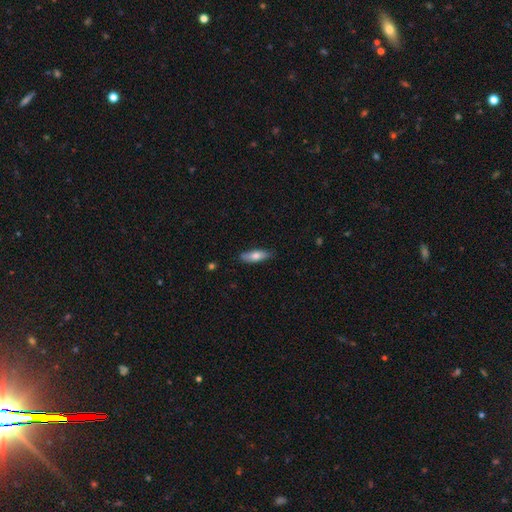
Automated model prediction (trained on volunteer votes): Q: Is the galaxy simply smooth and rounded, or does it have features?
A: smooth — 72%.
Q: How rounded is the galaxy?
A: in between — 54%.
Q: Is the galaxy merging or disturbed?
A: none — 81%.